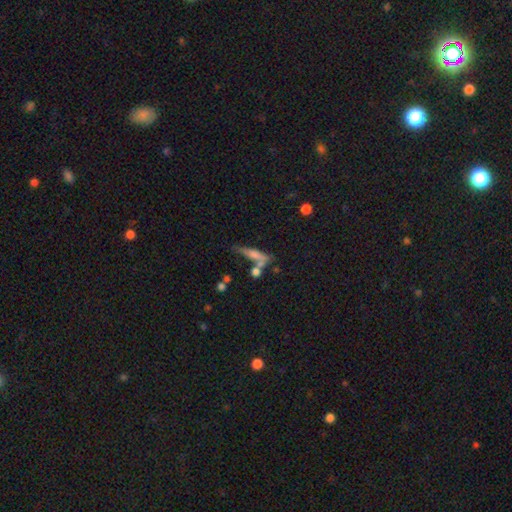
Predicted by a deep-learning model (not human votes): smooth_or_featured: smooth (p=0.56) [alt: featured or disk p=0.35]
how_rounded: cigar-shaped (p=0.79) [alt: in between p=0.17]
merging: none (p=0.50) [alt: merger p=0.23]